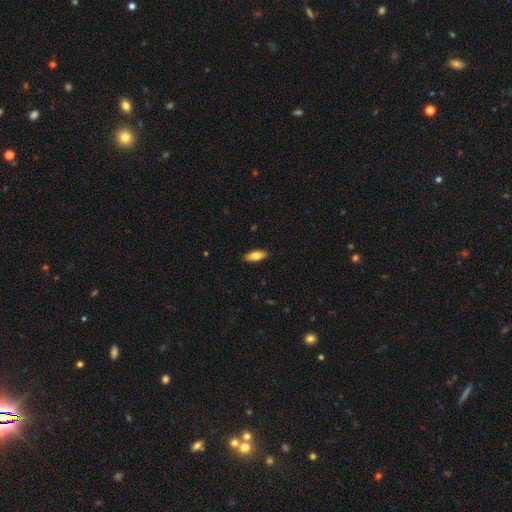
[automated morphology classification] Smooth or featured? smooth (76%)
How rounded? in between (76%)
Merging? none (89%)